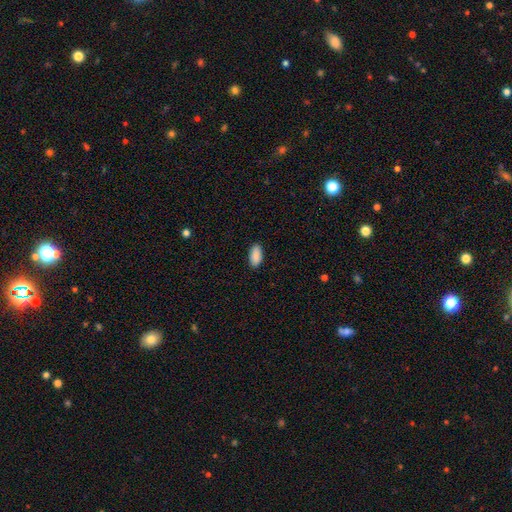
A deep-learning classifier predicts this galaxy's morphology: This appears to be a smooth galaxy with no disk features (90%) that is in between round and cigar-shaped (92%). Merging: none (89%).